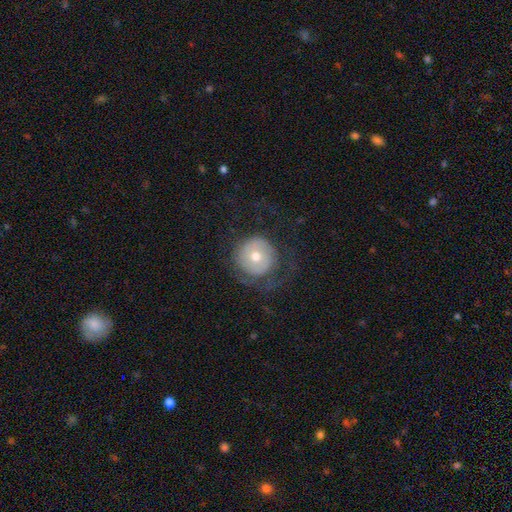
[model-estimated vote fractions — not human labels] This is possibly a smooth galaxy (48%). Merging: likely none (61%).